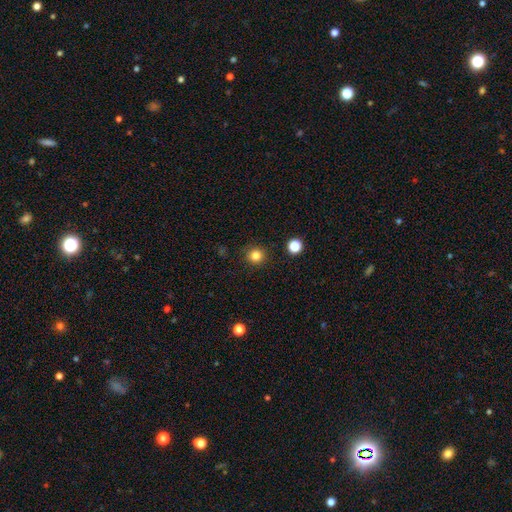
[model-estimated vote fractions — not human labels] This appears to be a smooth galaxy with no disk features (83%) that is round (94%). Merging: none (91%).